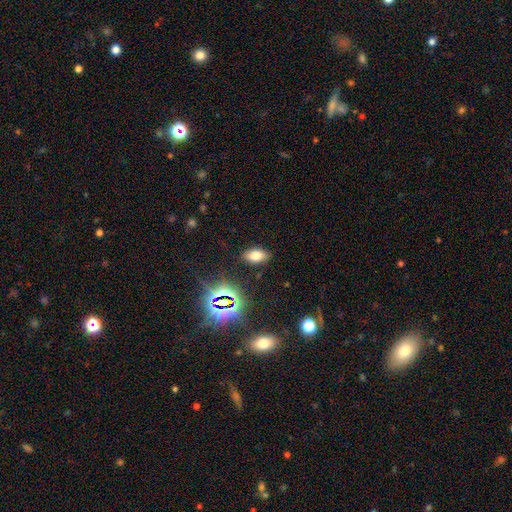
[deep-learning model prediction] A smooth galaxy with no disk features (69%) that is in between round and cigar-shaped (91%). Merging: none (86%).